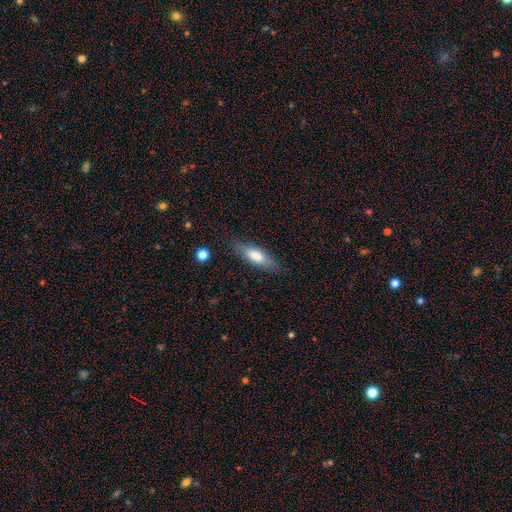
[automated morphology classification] smooth-or-featured: smooth: 71% | featured or disk: 23% | star or artifact: 6%
  how-rounded: in between: 54% | cigar-shaped: 45% | round: 2%
  merging: none: 82% | minor disturbance: 14% | major disturbance: 3% | merger: 1%